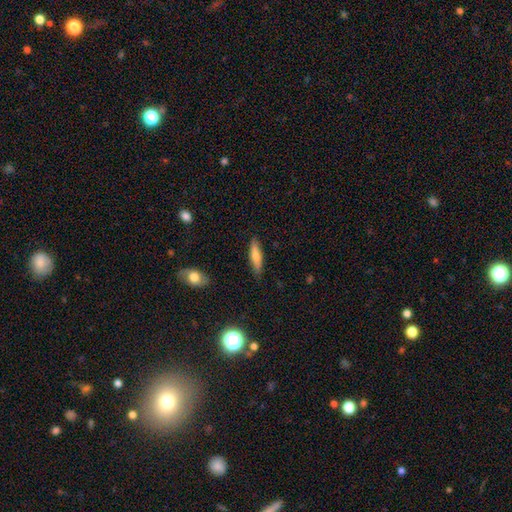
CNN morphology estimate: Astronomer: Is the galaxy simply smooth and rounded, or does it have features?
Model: smooth — 73%.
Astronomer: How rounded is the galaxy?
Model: cigar-shaped — 72%.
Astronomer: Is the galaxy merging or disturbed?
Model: none — 85%.